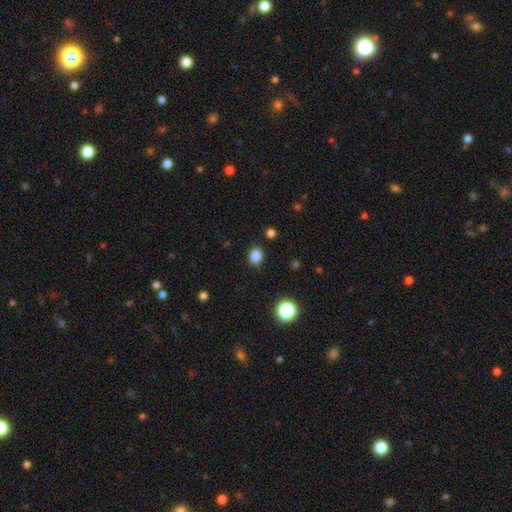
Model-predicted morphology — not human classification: type=smooth (84%); roundness=round (61%); merging=none (87%).